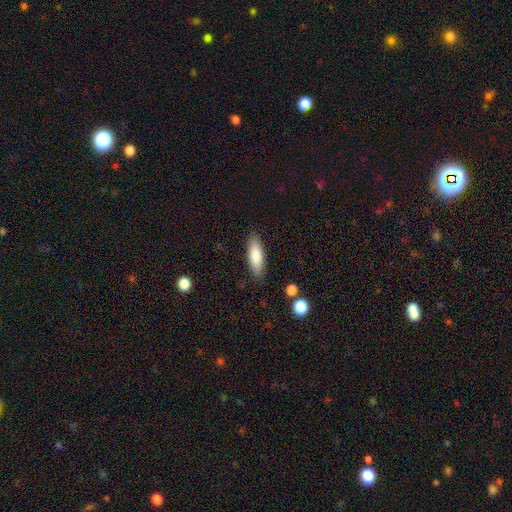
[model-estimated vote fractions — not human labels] This is clearly a smooth galaxy (81%). How rounded: possibly in between (58%). Merging: clearly none (86%).